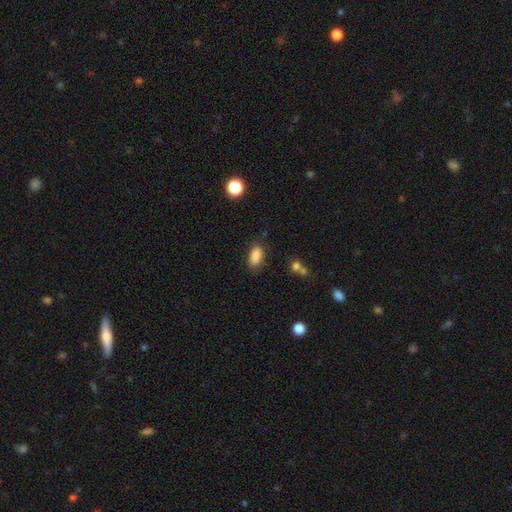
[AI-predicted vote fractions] This appears to be a smooth galaxy with no disk features (87%) that is in between round and cigar-shaped (89%). Merging: none (78%).